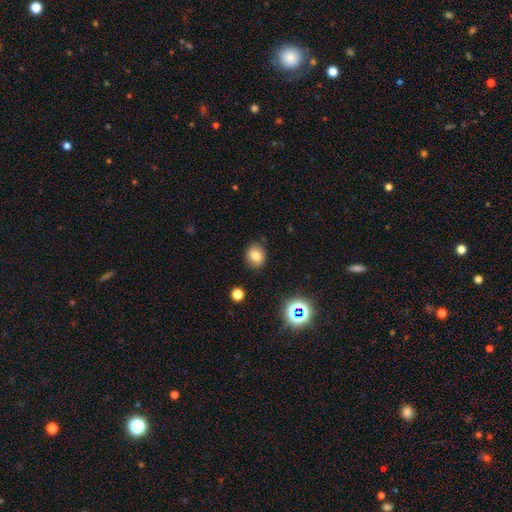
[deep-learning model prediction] Smooth or featured?
  - smooth: 78% *
  - star or artifact: 13%
  - featured or disk: 8%
How rounded?
  - round: 61% *
  - in between: 38%
  - cigar-shaped: 1%
Merging?
  - none: 86% *
  - minor disturbance: 10%
  - major disturbance: 3%
  - merger: 2%